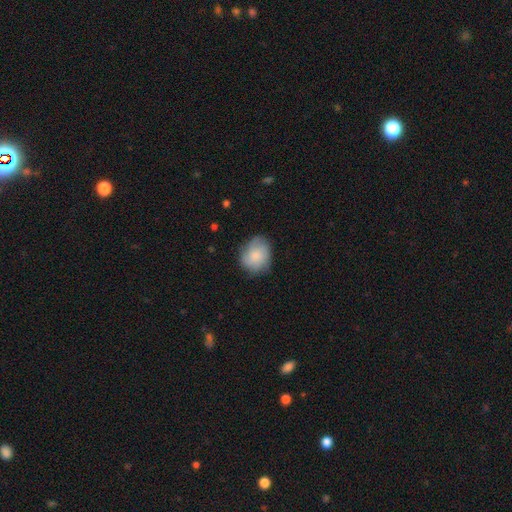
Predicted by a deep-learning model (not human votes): Q: Smooth or featured?
A: smooth (72%); runner-up: featured or disk (21%)
Q: How rounded?
A: round (58%); runner-up: in between (41%)
Q: Merging?
A: none (71%); runner-up: minor disturbance (22%)